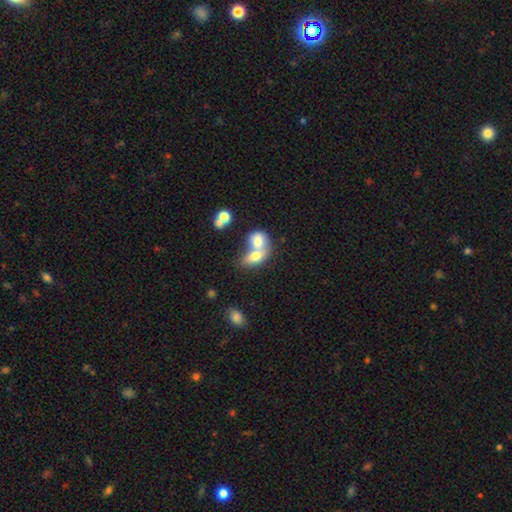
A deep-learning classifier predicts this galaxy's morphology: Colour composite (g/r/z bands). It shows a smooth galaxy with no disk features (71%) that is in between round and cigar-shaped (73%). Merging: merger (75%).